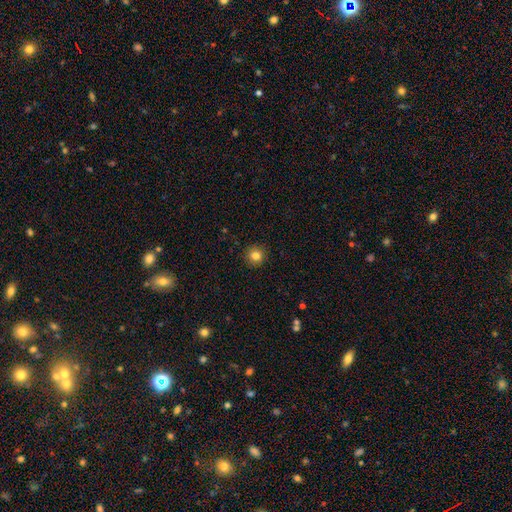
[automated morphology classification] Smooth or featured?
  - smooth: 82% *
  - star or artifact: 12%
  - featured or disk: 6%
How rounded?
  - round: 94% *
  - in between: 5%
  - cigar-shaped: 1%
Merging?
  - none: 92% *
  - minor disturbance: 5%
  - major disturbance: 2%
  - merger: 1%